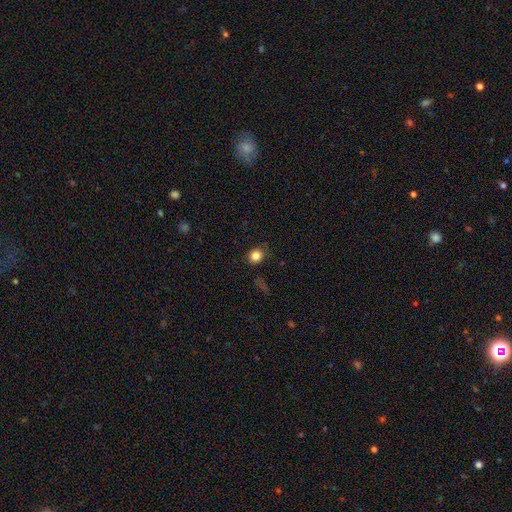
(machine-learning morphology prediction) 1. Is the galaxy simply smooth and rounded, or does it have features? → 82% smooth, 12% star or artifact, 6% featured or disk.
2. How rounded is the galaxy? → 72% round, 27% in between, 1% cigar-shaped.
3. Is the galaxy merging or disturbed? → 83% none, 12% minor disturbance, 3% major disturbance, 1% merger.